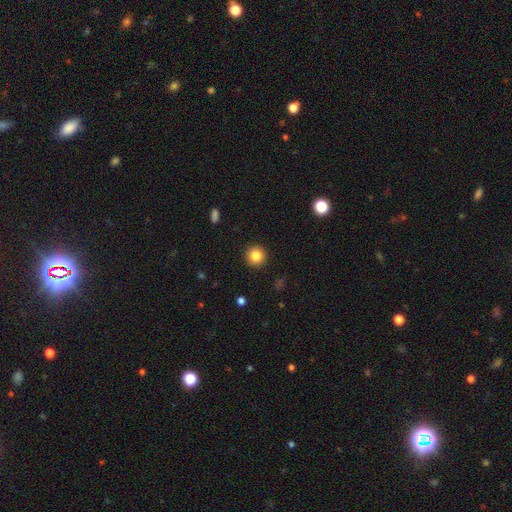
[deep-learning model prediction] A smooth galaxy with no disk features (84%) that is round (95%).

Vote fractions:
- Smooth or featured? smooth: 84% / star or artifact: 11% / featured or disk: 6%
- How rounded? round: 95% / in between: 4% / cigar-shaped: 1%
- Merging? none: 92% / minor disturbance: 5% / major disturbance: 2% / merger: 1%